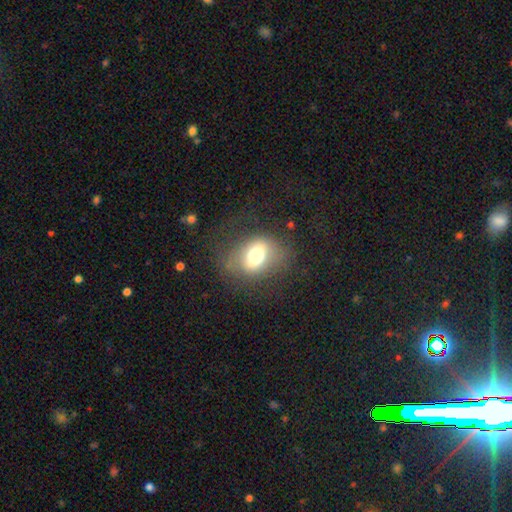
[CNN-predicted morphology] Overall: smooth (60%; featured or disk 29%). How rounded: in between (65%; round 34%). Merging: none (60%; minor disturbance 20%).